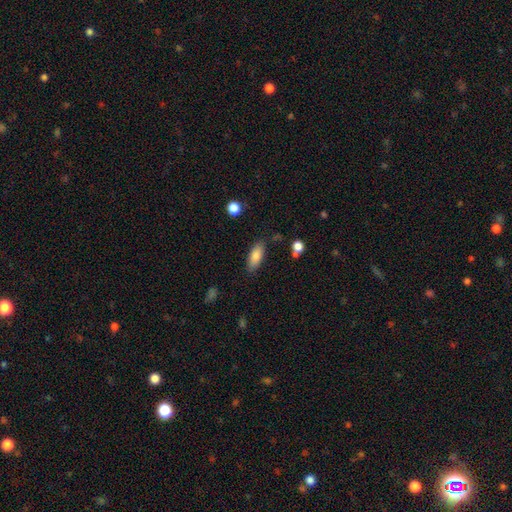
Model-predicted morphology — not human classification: This is clearly a smooth galaxy (83%). How rounded: likely in between (77%). Merging: clearly none (82%).